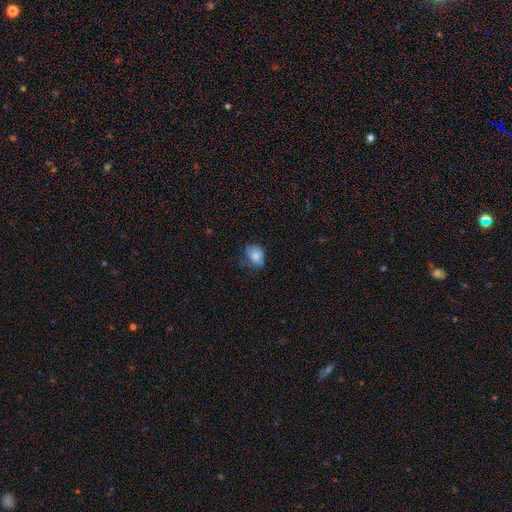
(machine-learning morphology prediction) This is likely a smooth galaxy (80%). How rounded: likely in between (71%). Merging: possibly none (49%).